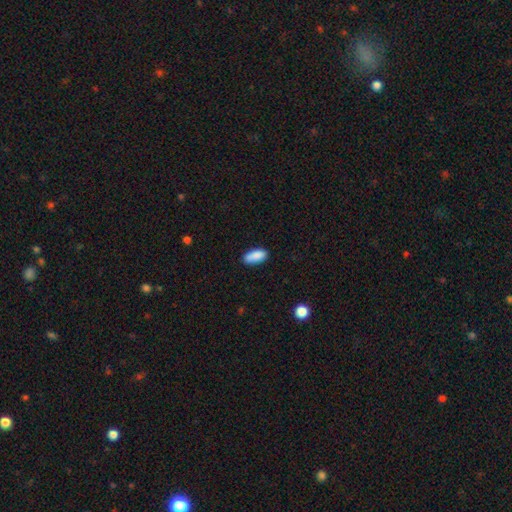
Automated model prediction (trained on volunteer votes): This appears to be a smooth galaxy with no disk features (88%) that is in between round and cigar-shaped (81%). Merging: none (79%).